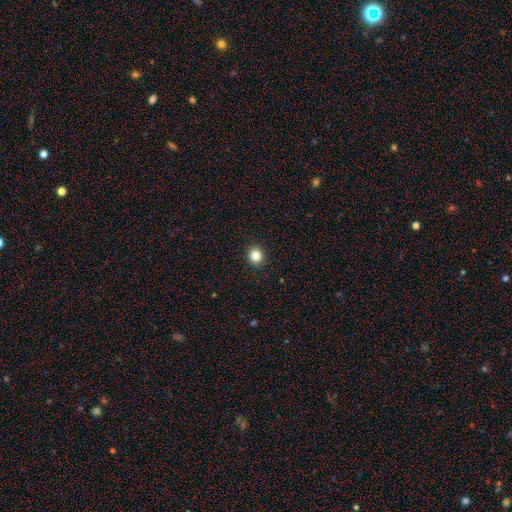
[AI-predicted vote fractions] The model was most divided on "smooth or featured": smooth: 83%, star or artifact: 12%, featured or disk: 5%. More confident: merging — none (93%); how rounded — round (90%).